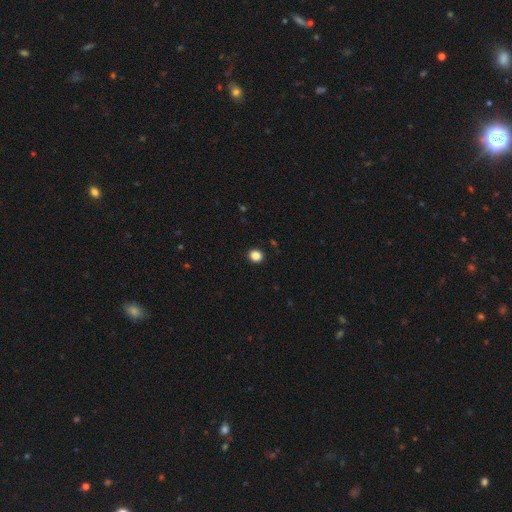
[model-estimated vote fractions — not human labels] smooth-or-featured: smooth: 86% | star or artifact: 11% | featured or disk: 3%
  how-rounded: round: 72% | in between: 27% | cigar-shaped: 1%
  merging: none: 92% | minor disturbance: 5% | major disturbance: 2% | merger: 1%